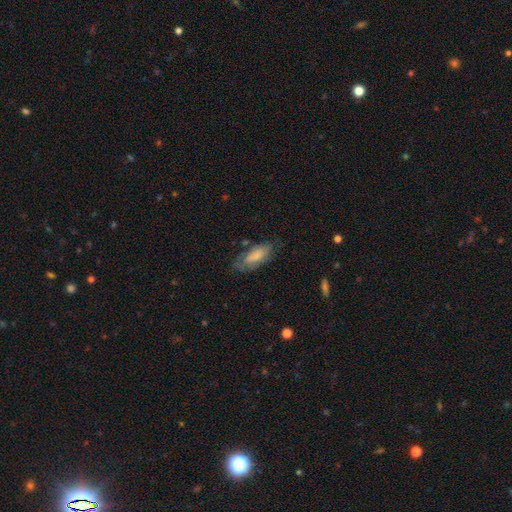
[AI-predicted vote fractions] A smooth galaxy with no disk features (71%) that is in between round and cigar-shaped (81%). Merging: none (60%).